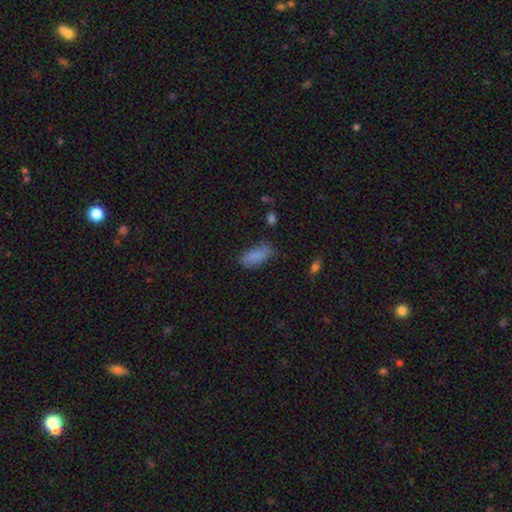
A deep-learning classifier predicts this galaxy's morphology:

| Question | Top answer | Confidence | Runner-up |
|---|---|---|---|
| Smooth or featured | smooth | 85% | star or artifact (8%) |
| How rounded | in between | 84% | cigar-shaped (14%) |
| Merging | none | 67% | minor disturbance (24%) |